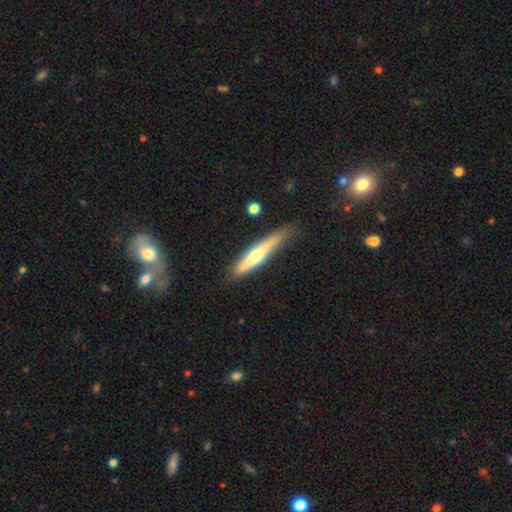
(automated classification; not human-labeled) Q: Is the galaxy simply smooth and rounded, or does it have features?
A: featured or disk — 48%.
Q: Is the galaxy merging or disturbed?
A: none — 74%.